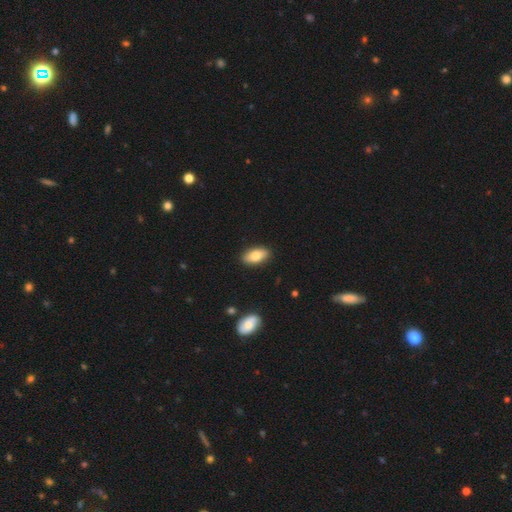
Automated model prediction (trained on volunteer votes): smooth-or-featured: smooth: 77% | featured or disk: 16% | star or artifact: 6%
  how-rounded: in between: 90% | cigar-shaped: 7% | round: 4%
  merging: none: 89% | minor disturbance: 8% | major disturbance: 2% | merger: 1%